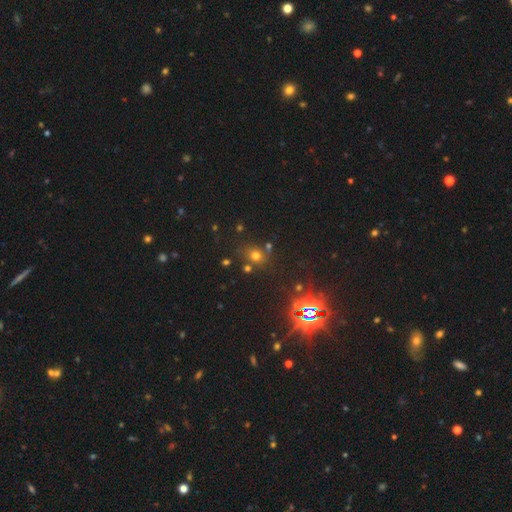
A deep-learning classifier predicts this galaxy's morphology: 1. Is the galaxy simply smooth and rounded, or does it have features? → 61% smooth, 29% star or artifact, 9% featured or disk.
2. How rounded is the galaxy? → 70% round, 28% in between, 1% cigar-shaped.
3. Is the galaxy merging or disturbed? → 70% none, 13% minor disturbance, 11% merger, 6% major disturbance.